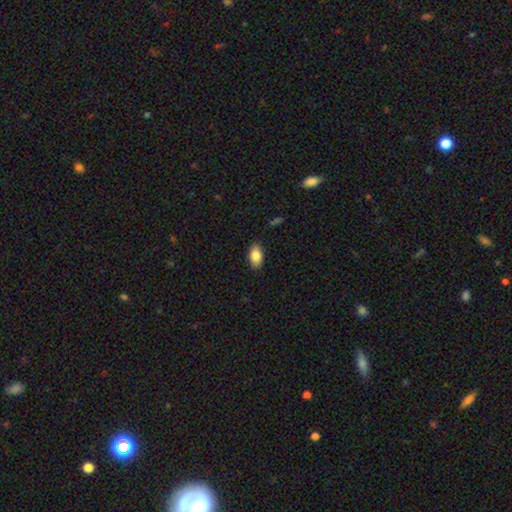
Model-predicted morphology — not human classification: Smooth or featured? Predicted: smooth (p=0.86). How rounded? Predicted: in between (p=0.93). Merging? Predicted: none (p=0.88).